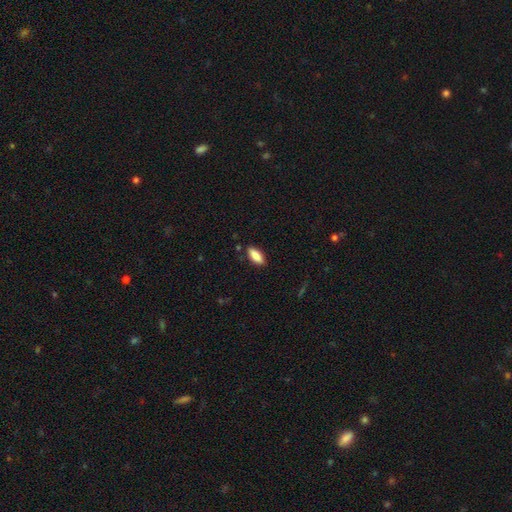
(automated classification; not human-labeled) Smooth or featured: smooth — 87% (featured or disk — 7%)
How rounded: in between — 80% (cigar-shaped — 18%)
Merging: none — 85% (minor disturbance — 11%)